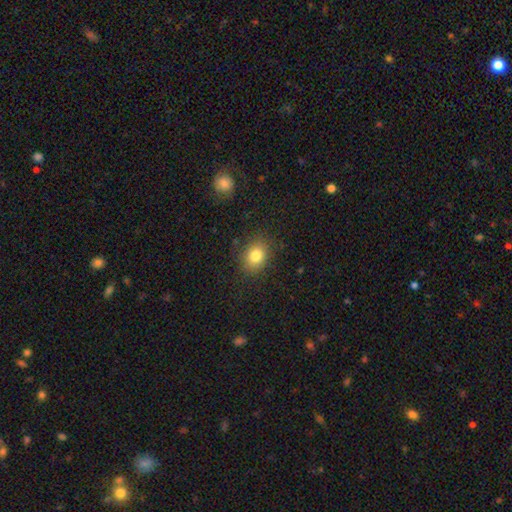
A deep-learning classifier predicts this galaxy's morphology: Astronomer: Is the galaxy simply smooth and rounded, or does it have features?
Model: smooth — 81%.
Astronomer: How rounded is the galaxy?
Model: round — 52% (runner-up: in between, 47%).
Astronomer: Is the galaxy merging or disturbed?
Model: none — 85%.